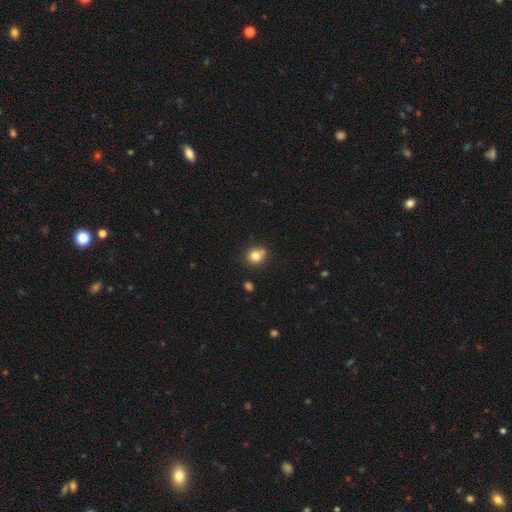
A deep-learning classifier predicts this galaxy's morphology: smooth-or-featured: smooth: 80% | star or artifact: 11% | featured or disk: 9%
  how-rounded: round: 76% | in between: 23% | cigar-shaped: 1%
  merging: none: 70% | minor disturbance: 16% | merger: 10% | major disturbance: 4%